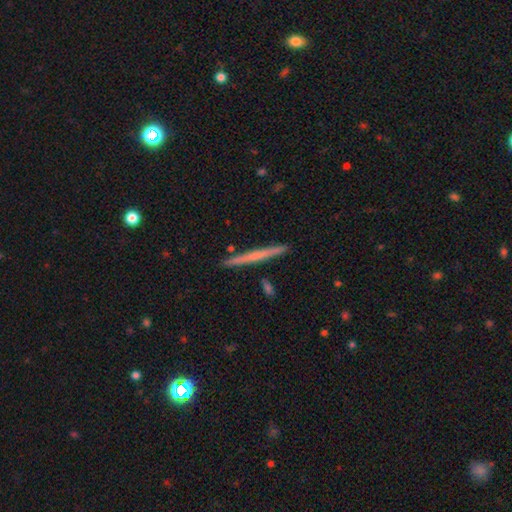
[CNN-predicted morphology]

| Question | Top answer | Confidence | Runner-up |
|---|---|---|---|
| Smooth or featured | featured or disk | 49% | smooth (45%) |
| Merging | none | 92% | minor disturbance (6%) |